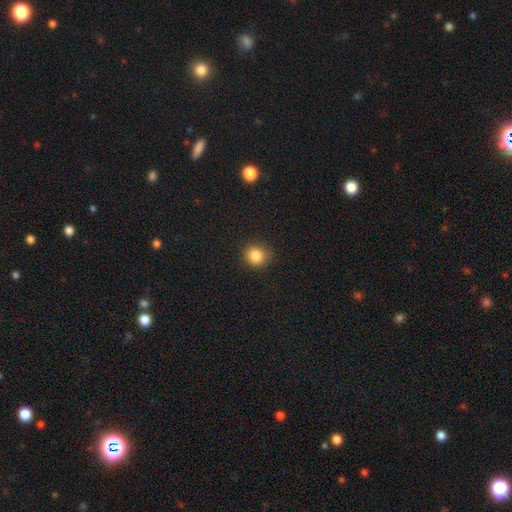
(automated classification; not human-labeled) smooth_or_featured: smooth (p=0.84) [alt: star or artifact p=0.11]
how_rounded: round (p=0.86) [alt: in between p=0.13]
merging: none (p=0.88) [alt: minor disturbance p=0.09]